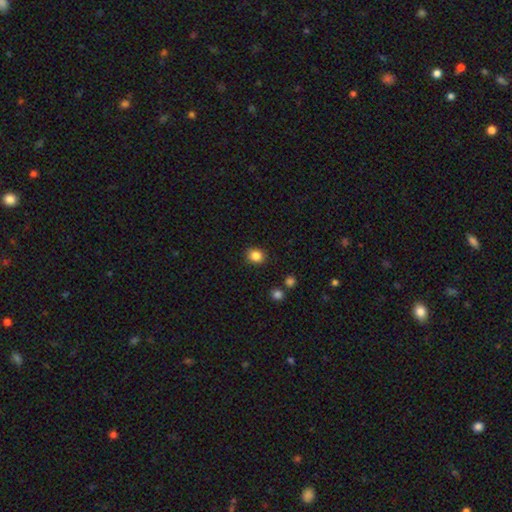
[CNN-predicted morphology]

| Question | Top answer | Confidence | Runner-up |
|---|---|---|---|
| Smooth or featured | smooth | 85% | star or artifact (10%) |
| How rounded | round | 70% | in between (29%) |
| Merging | none | 88% | minor disturbance (8%) |